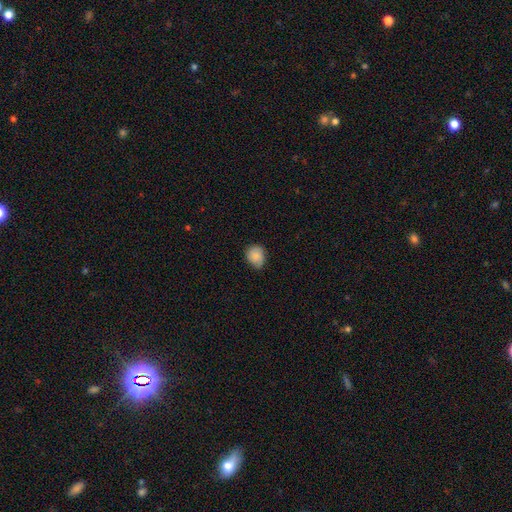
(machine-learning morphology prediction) This is clearly a smooth galaxy (83%). How rounded: likely round (63%). Merging: likely none (65%).